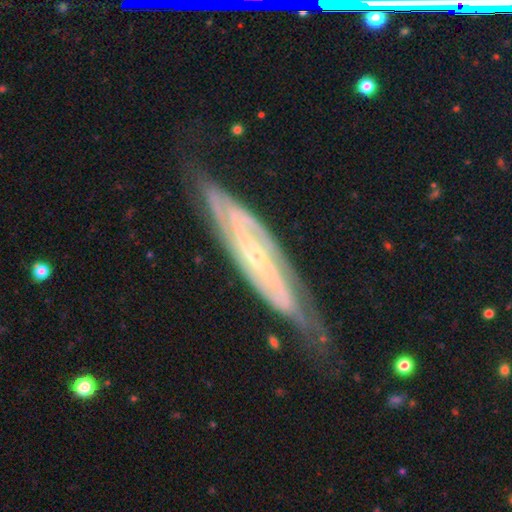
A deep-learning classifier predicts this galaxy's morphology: Smooth or featured? Predicted: featured or disk (p=0.87). Edge-on disk? Predicted: no (p=0.75). Bar? Predicted: strong (p=0.38). Spiral arms? Predicted: yes (p=0.95). Spiral winding? Predicted: tight (p=0.51). Spiral arm count? Predicted: 2 (p=0.64). Bulge size? Predicted: small (p=0.77). Merging? Predicted: none (p=0.71).